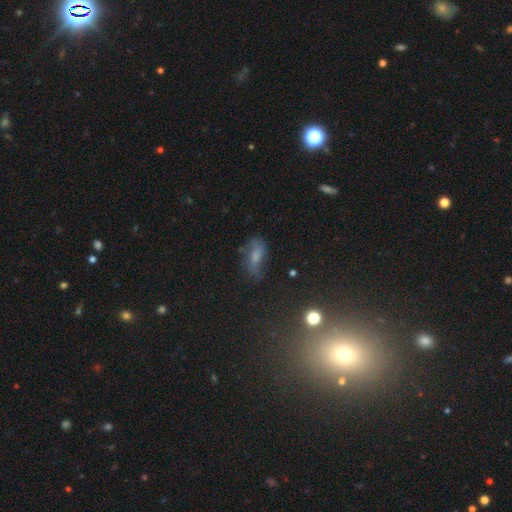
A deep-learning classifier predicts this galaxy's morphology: The model was most divided on "merging": none: 50%, minor disturbance: 29%, major disturbance: 18%, merger: 4%. More confident: how rounded — in between (82%); smooth or featured — smooth (53%).